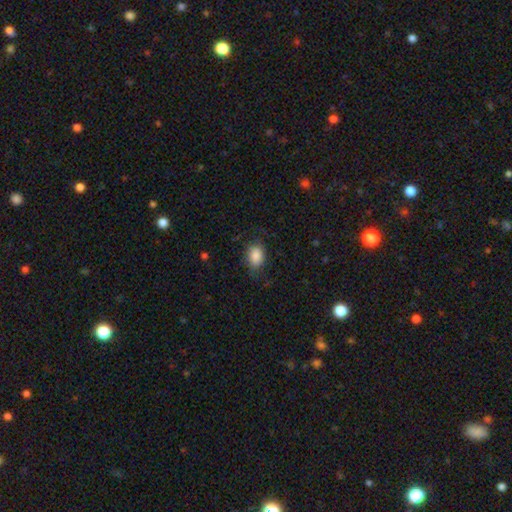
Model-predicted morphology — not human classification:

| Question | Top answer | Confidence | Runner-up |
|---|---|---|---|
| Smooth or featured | smooth | 86% | star or artifact (7%) |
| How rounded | in between | 79% | round (20%) |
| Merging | none | 70% | minor disturbance (22%) |